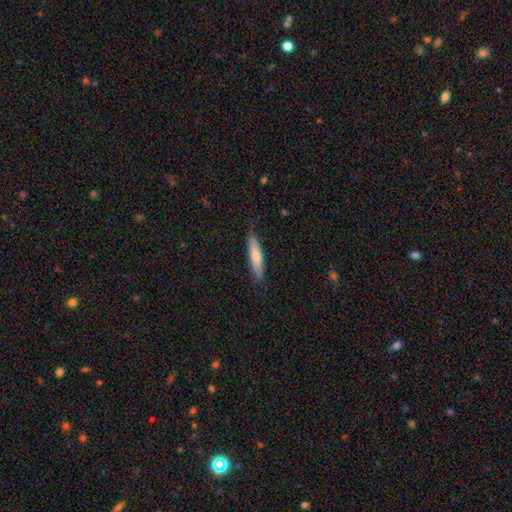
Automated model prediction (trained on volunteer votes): Morphology: type=smooth (66%); roundness=cigar-shaped (80%); merging=none (82%).